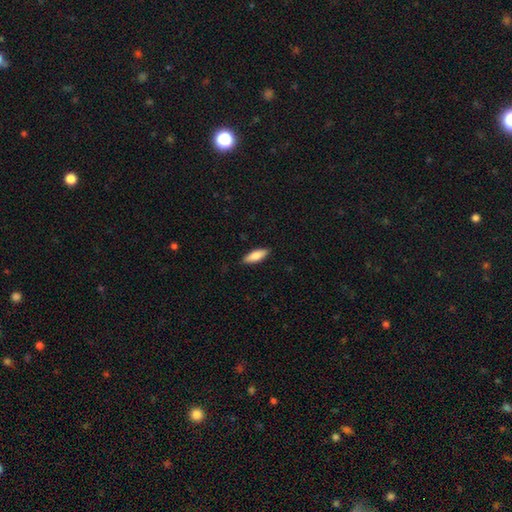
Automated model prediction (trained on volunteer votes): Smooth or featured? Predicted: smooth (p=0.81). How rounded? Predicted: in between (p=0.62). Merging? Predicted: none (p=0.88).